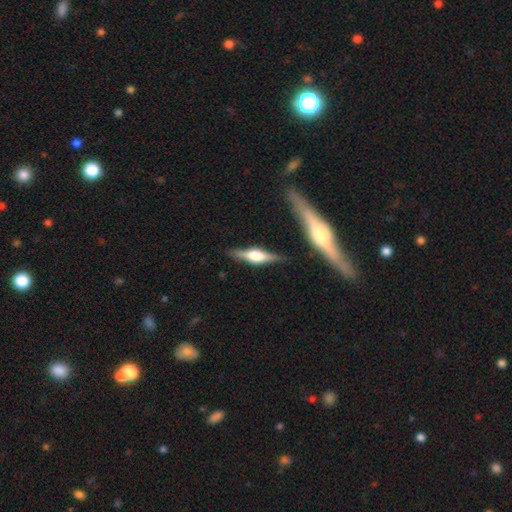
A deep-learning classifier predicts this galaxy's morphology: type=featured or disk (70%); edge-on=yes (96%); edge-on bulge=rounded (85%); merging=none (83%).